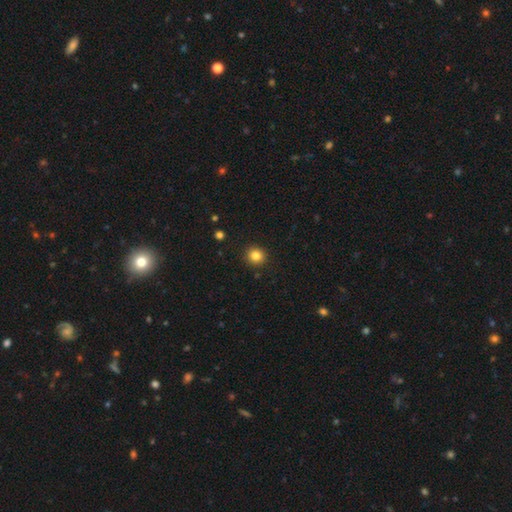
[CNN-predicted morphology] A smooth galaxy with no disk features (83%) that is round (89%).

Vote fractions:
- Smooth or featured? smooth: 83% / star or artifact: 12% / featured or disk: 5%
- How rounded? round: 89% / in between: 10% / cigar-shaped: 1%
- Merging? none: 92% / minor disturbance: 6% / major disturbance: 2% / merger: 1%